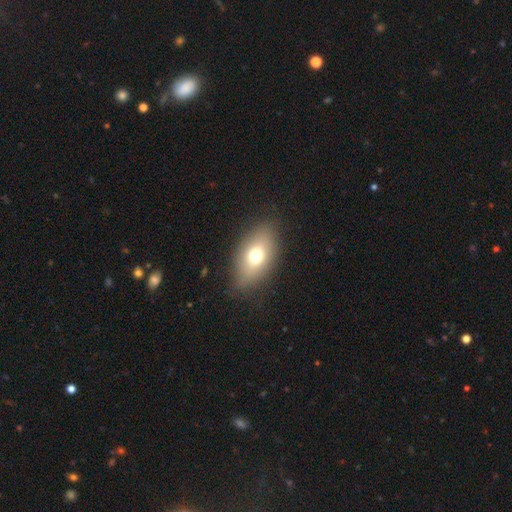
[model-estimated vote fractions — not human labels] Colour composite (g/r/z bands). It shows a smooth galaxy with no disk features (70%) that is in between round and cigar-shaped (86%). Merging: none (82%).